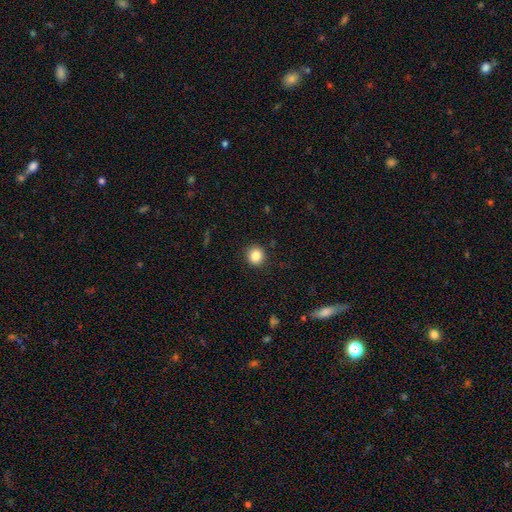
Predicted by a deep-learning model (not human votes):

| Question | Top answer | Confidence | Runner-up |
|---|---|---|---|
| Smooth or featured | smooth | 85% | star or artifact (10%) |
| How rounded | round | 90% | in between (9%) |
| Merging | none | 91% | minor disturbance (6%) |